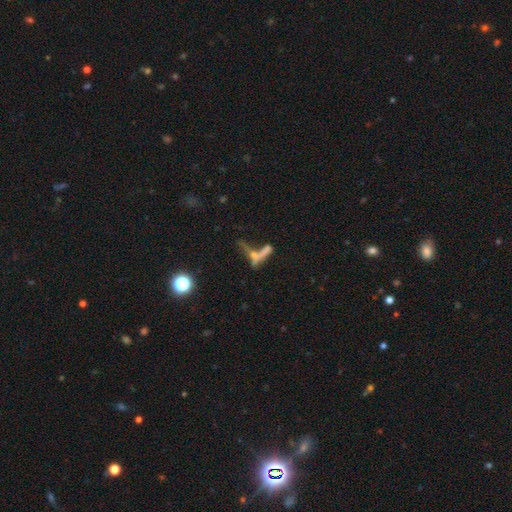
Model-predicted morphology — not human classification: Smooth or featured? Predicted: featured or disk (p=0.42). Merging? Predicted: merger (p=0.46).